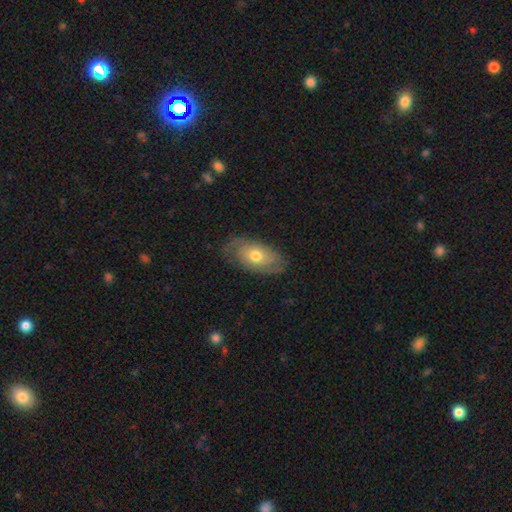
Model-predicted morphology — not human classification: Q: Smooth or featured?
A: smooth (47%); runner-up: featured or disk (46%)
Q: Merging?
A: none (72%); runner-up: minor disturbance (21%)